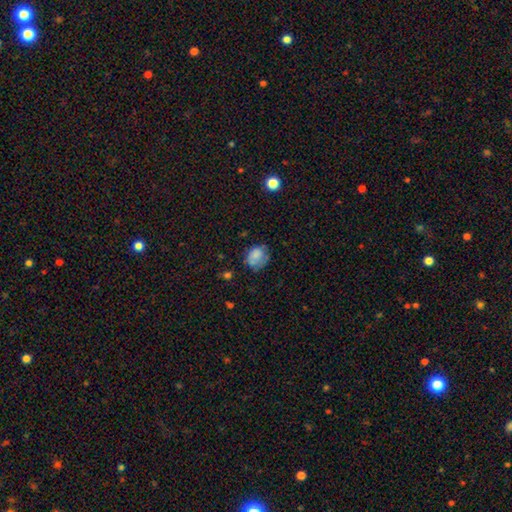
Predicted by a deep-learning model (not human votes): Smooth or featured: smooth — 72% (featured or disk — 18%)
How rounded: round — 53% (in between — 46%)
Merging: none — 55% (minor disturbance — 29%)